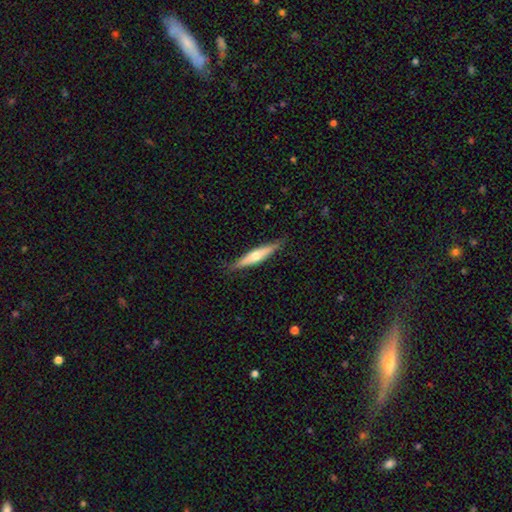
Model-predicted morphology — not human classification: A featured or disk galaxy (50%). Merging: none (85%).